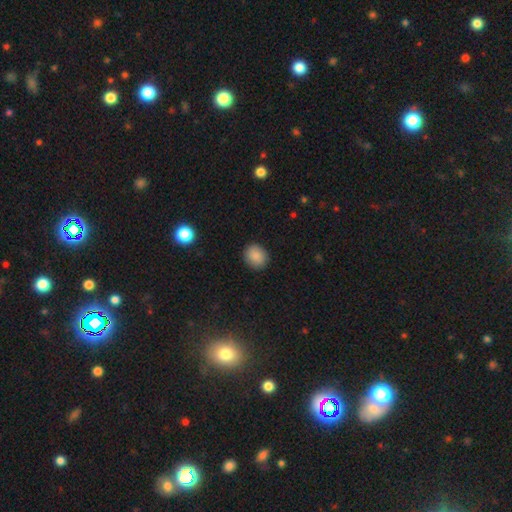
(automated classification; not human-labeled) smooth_or_featured: smooth (p=0.87) [alt: star or artifact p=0.09]
how_rounded: round (p=0.76) [alt: in between p=0.23]
merging: none (p=0.90) [alt: minor disturbance p=0.07]